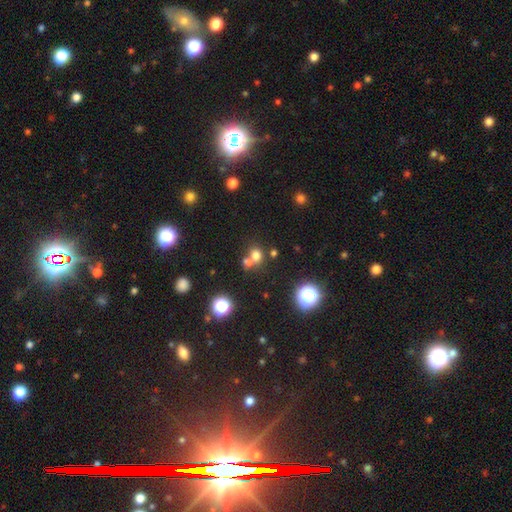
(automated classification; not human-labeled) smooth 69%, star or artifact 22%, featured or disk 10%. Down the decision tree: how rounded — round (73%); merging — none (48%).